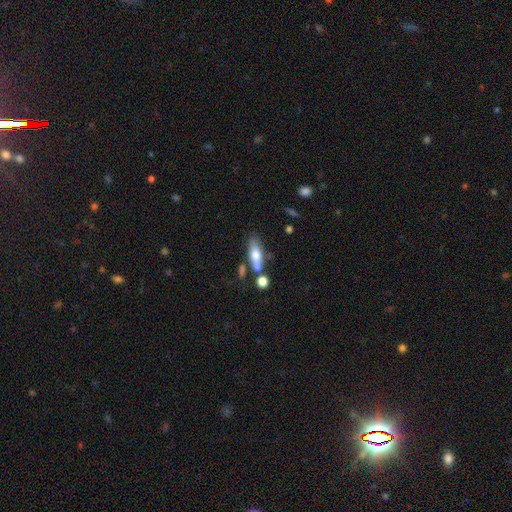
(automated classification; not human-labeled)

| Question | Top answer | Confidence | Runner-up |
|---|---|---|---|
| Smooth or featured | smooth | 61% | featured or disk (32%) |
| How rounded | in between | 62% | cigar-shaped (34%) |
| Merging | none | 60% | merger (17%) |